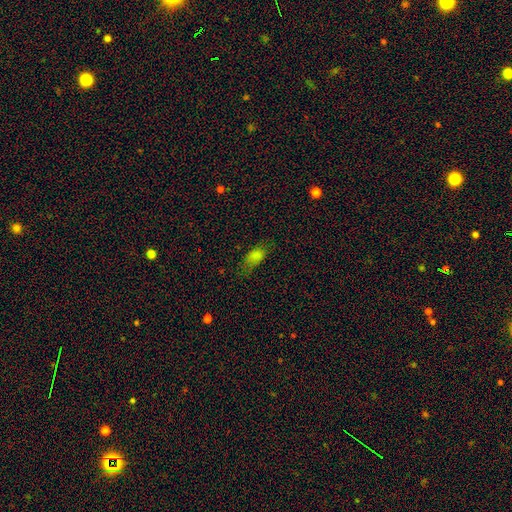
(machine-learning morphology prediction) type=smooth (78%); roundness=in between (88%); merging=none (51%).